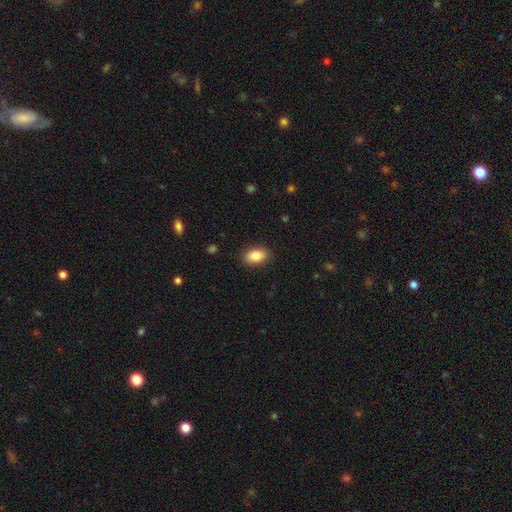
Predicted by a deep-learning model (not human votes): Smooth or featured?
  - smooth: 85% *
  - star or artifact: 7%
  - featured or disk: 7%
How rounded?
  - in between: 90% *
  - round: 7%
  - cigar-shaped: 2%
Merging?
  - none: 89% *
  - minor disturbance: 8%
  - major disturbance: 2%
  - merger: 1%